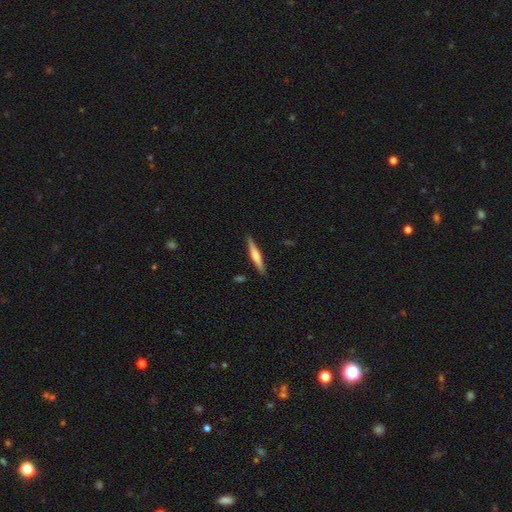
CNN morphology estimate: type=featured or disk (58%); edge-on=yes (97%); edge-on bulge=rounded (77%); merging=none (90%).